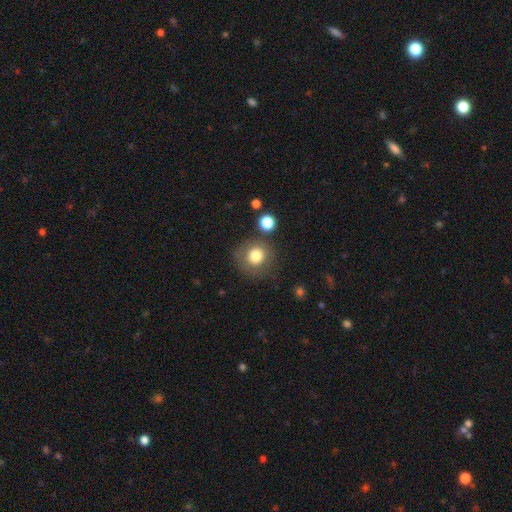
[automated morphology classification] The model was most divided on "merging": none: 77%, minor disturbance: 12%, major disturbance: 5%, merger: 5%. More confident: how rounded — round (92%); smooth or featured — smooth (78%).